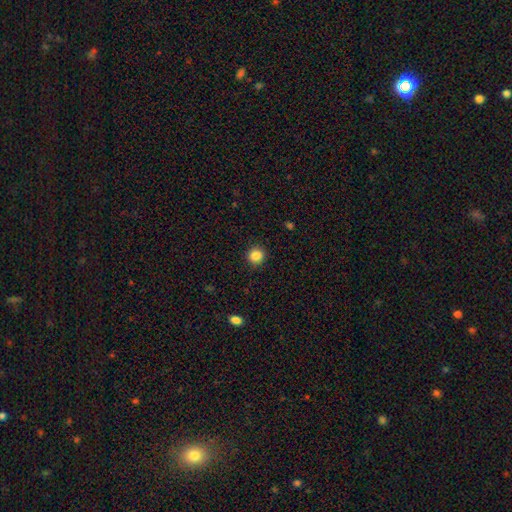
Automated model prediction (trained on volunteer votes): smooth_or_featured: smooth (p=0.86) [alt: star or artifact p=0.10]
how_rounded: round (p=0.91) [alt: in between p=0.09]
merging: none (p=0.91) [alt: minor disturbance p=0.06]